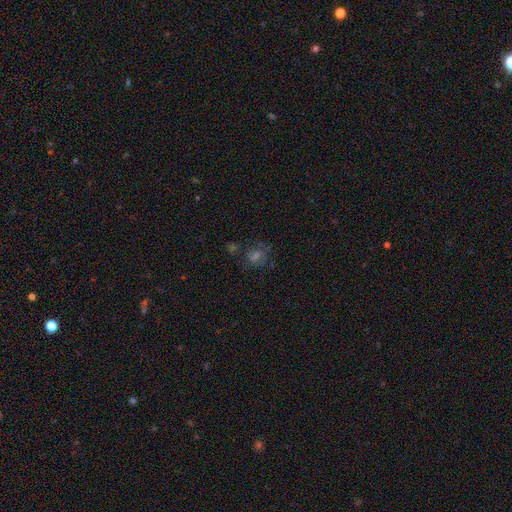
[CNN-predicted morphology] A star or artifact, not a galaxy (36%).

Vote fractions:
- Smooth or featured? star or artifact: 36% / smooth: 35% / featured or disk: 29%